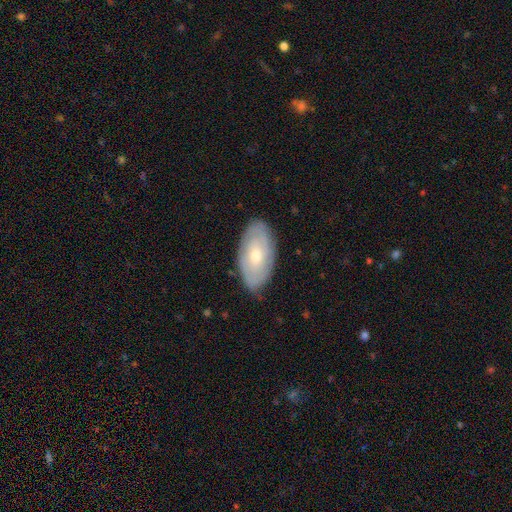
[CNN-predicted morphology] Overall: featured or disk (50%; smooth 44%). Edge-on disk: no (89%). Merging: none (82%).